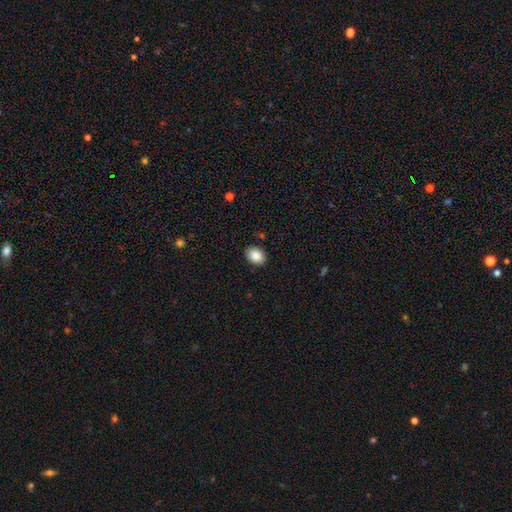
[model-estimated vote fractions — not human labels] This appears to be a smooth galaxy with no disk features (88%) that is in between round and cigar-shaped (68%). Merging: none (89%).